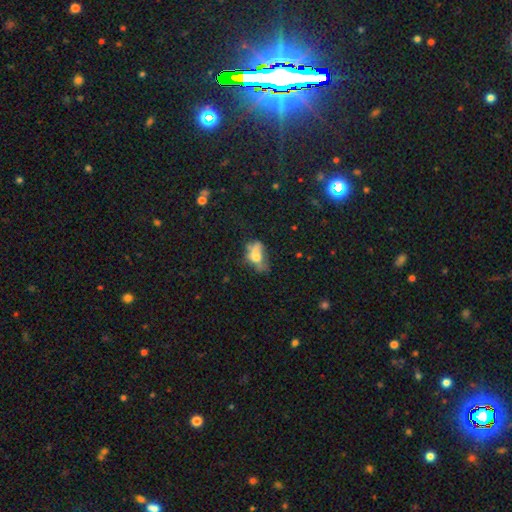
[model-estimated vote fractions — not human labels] Smooth or featured? Predicted: smooth (p=0.56). How rounded? Predicted: in between (p=0.81). Merging? Predicted: major disturbance (p=0.34).